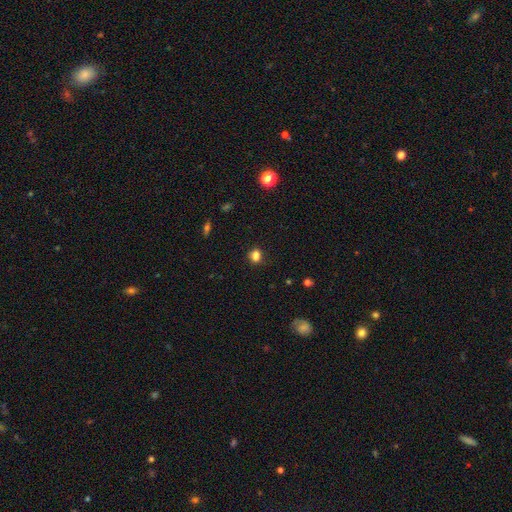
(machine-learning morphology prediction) Smooth or featured?
  - smooth: 80% *
  - star or artifact: 15%
  - featured or disk: 6%
How rounded?
  - round: 52% *
  - in between: 46%
  - cigar-shaped: 2%
Merging?
  - none: 71% *
  - minor disturbance: 16%
  - merger: 9%
  - major disturbance: 4%